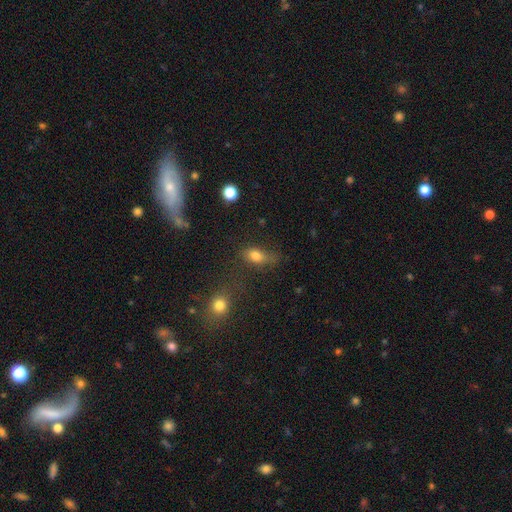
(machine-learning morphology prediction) Q: Smooth or featured?
A: smooth (78%); runner-up: star or artifact (12%)
Q: How rounded?
A: in between (76%); runner-up: round (17%)
Q: Merging?
A: none (51%); runner-up: minor disturbance (26%)